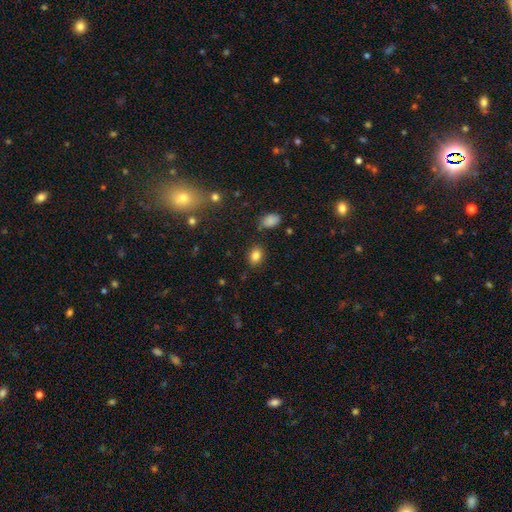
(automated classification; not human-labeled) The model was most divided on "how rounded": in between: 64%, round: 35%, cigar-shaped: 1%. More confident: merging — none (83%); smooth or featured — smooth (83%).